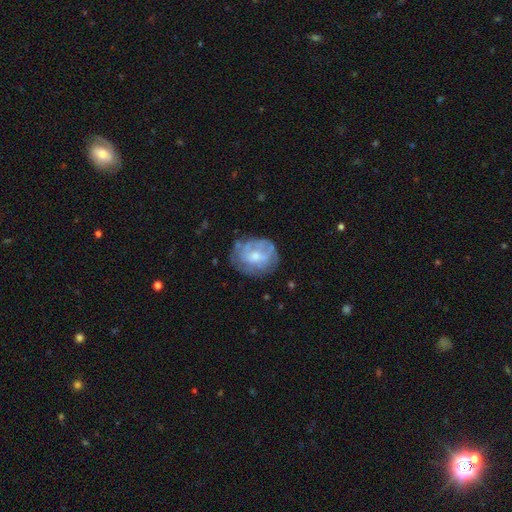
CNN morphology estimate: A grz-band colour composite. It shows a featured or disk galaxy (54%) with no bar (71%), no spiral arms (58%) and a moderate central bulge (49%). Merging: none (60%).